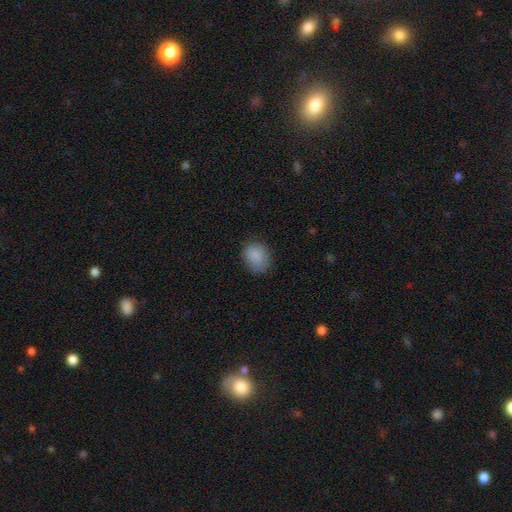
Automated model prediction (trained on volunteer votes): Smooth or featured? Predicted: smooth (p=0.87). How rounded? Predicted: round (p=0.50). Merging? Predicted: none (p=0.78).